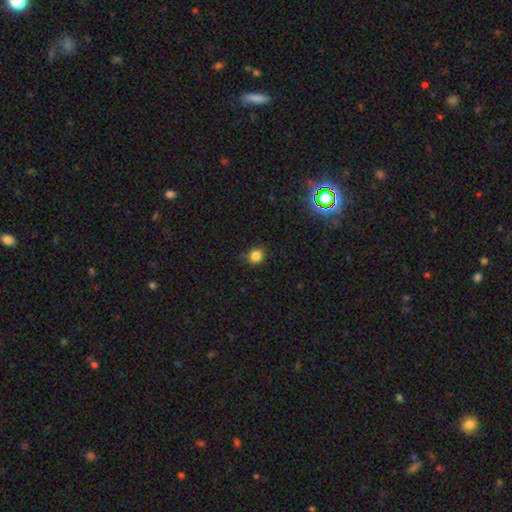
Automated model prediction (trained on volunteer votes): This appears to be a smooth galaxy with no disk features (83%) that is round (80%). Merging: none (77%).